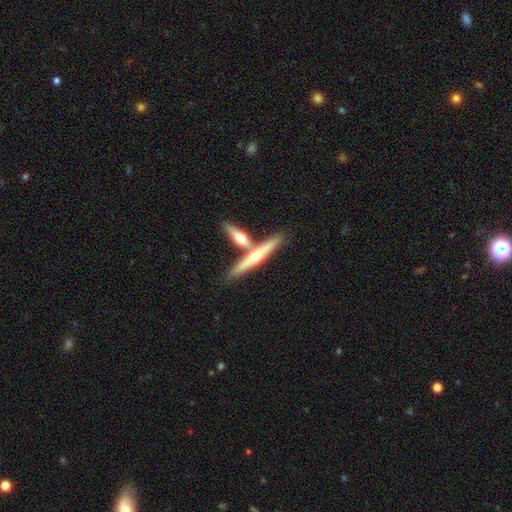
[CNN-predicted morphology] Q: Smooth or featured?
A: featured or disk (59%); runner-up: smooth (36%)
Q: Edge-on disk?
A: yes (94%); runner-up: no (6%)
Q: Edge-on bulge?
A: rounded (86%); runner-up: none (11%)
Q: Merging?
A: none (58%); runner-up: merger (31%)